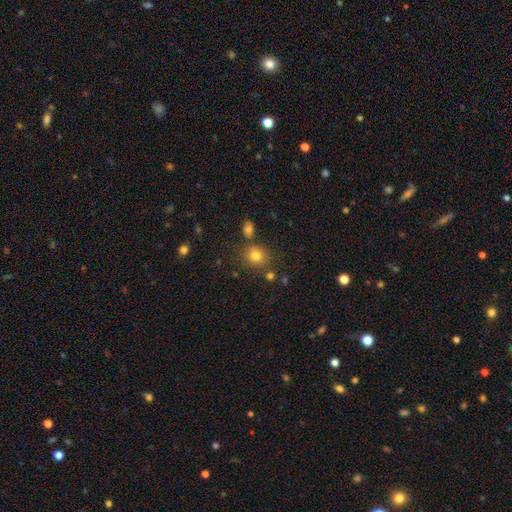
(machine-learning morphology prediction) Q: Smooth or featured?
A: smooth (79%); runner-up: star or artifact (13%)
Q: How rounded?
A: round (77%); runner-up: in between (22%)
Q: Merging?
A: none (73%); runner-up: minor disturbance (12%)